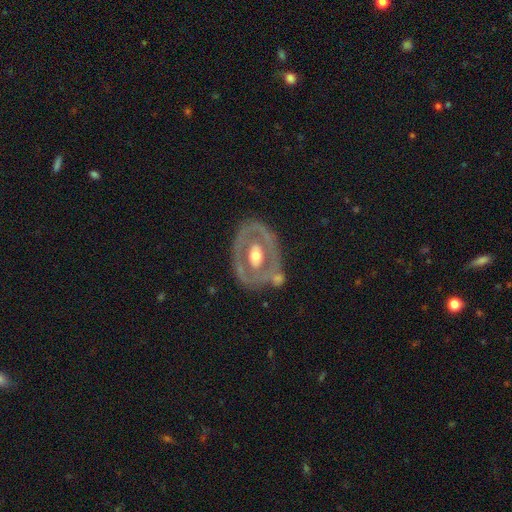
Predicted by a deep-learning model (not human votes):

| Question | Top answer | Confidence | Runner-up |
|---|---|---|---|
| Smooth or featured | featured or disk | 70% | smooth (26%) |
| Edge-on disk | no | 94% | yes (6%) |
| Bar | no | 69% | weak (20%) |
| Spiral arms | no | 75% | yes (25%) |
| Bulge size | moderate | 70% | large (18%) |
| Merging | none | 63% | minor disturbance (20%) |